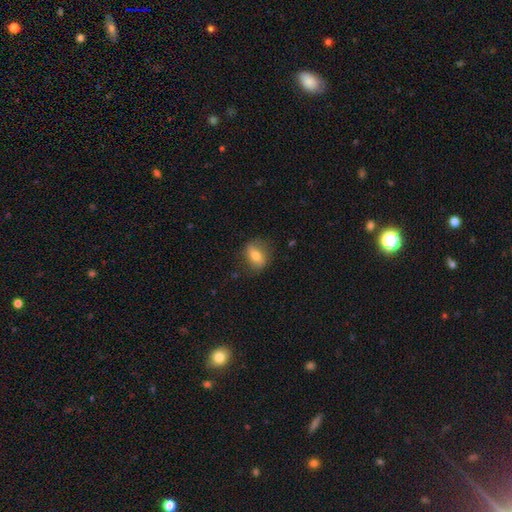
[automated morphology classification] This is likely a smooth galaxy (66%). How rounded: likely in between (62%). Merging: likely none (77%).